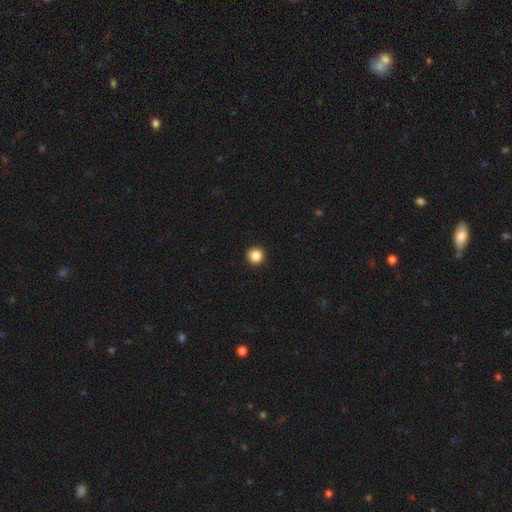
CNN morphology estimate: A smooth galaxy with no disk features (86%) that is round (95%).

Vote fractions:
- Smooth or featured? smooth: 86% / star or artifact: 11% / featured or disk: 3%
- How rounded? round: 95% / in between: 4% / cigar-shaped: 1%
- Merging? none: 92% / minor disturbance: 5% / major disturbance: 1% / merger: 1%